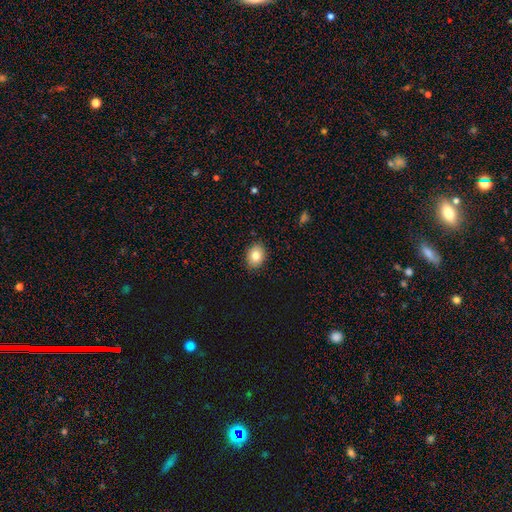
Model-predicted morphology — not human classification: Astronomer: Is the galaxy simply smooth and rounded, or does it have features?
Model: smooth — 81%.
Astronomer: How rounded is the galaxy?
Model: in between — 57% (runner-up: round, 42%).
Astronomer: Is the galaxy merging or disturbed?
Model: none — 88%.